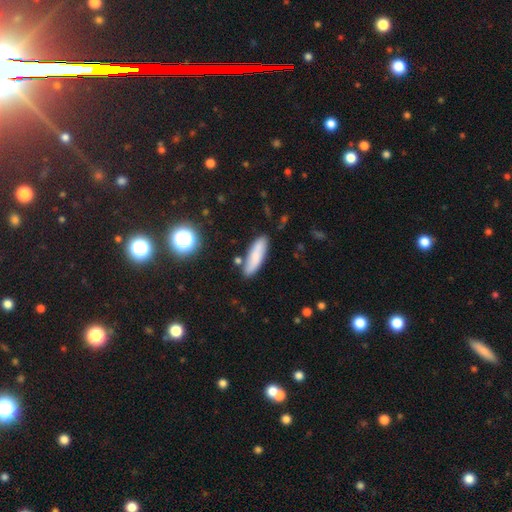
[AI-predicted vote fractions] Smooth or featured: smooth — 75% (featured or disk — 17%)
How rounded: cigar-shaped — 57% (in between — 41%)
Merging: none — 80% (minor disturbance — 13%)